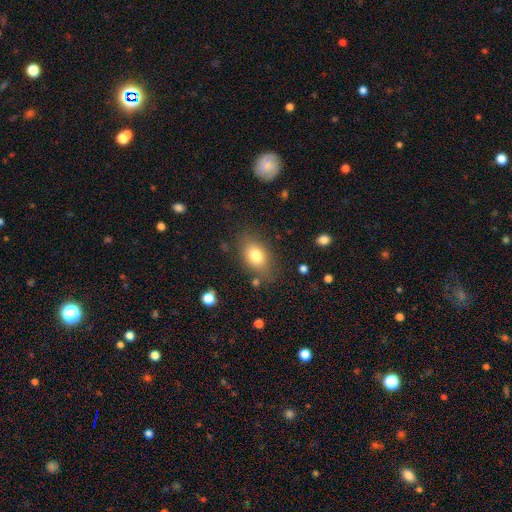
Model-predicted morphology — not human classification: Q: Smooth or featured?
A: smooth (78%); runner-up: featured or disk (13%)
Q: How rounded?
A: in between (81%); runner-up: round (17%)
Q: Merging?
A: none (77%); runner-up: minor disturbance (15%)